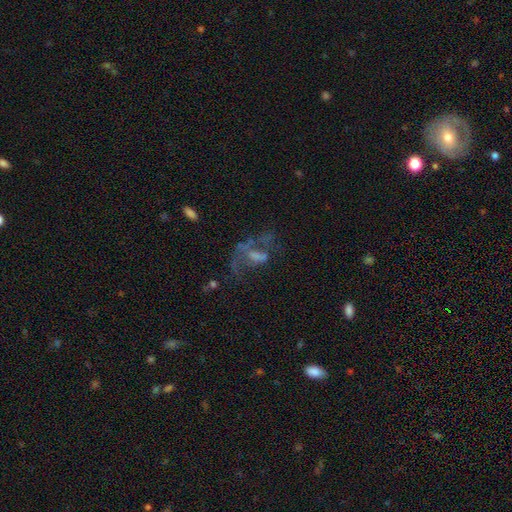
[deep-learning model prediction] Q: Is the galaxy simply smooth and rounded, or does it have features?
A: featured or disk — 56%.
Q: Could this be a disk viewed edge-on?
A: no — 95%.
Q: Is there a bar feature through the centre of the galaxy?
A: no — 61%.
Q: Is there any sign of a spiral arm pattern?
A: no — 57%.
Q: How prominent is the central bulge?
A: none — 45%.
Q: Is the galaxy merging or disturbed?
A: major disturbance — 42%.